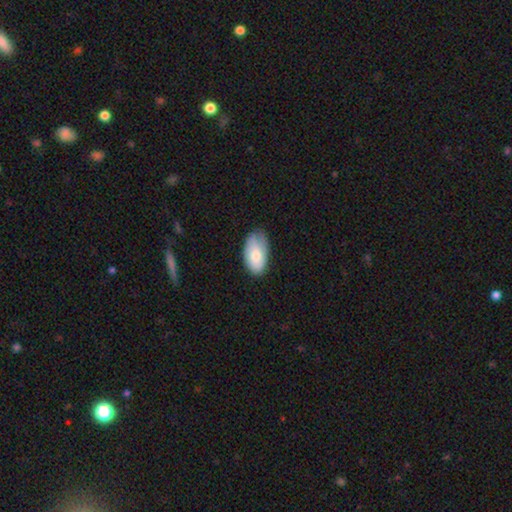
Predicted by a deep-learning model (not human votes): Smooth or featured? smooth (71%)
How rounded? in between (94%)
Merging? none (62%)